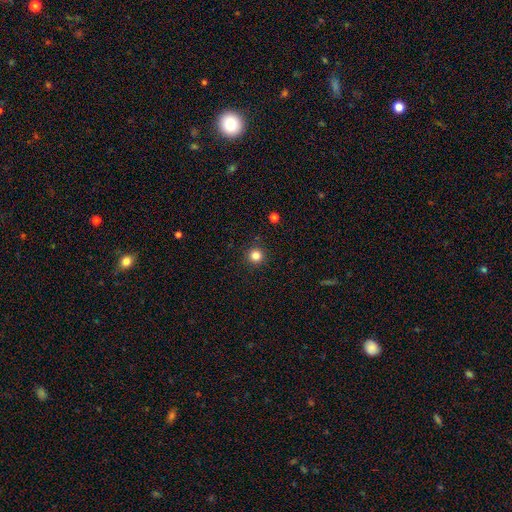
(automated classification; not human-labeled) Smooth or featured? smooth (84%)
How rounded? round (95%)
Merging? none (92%)